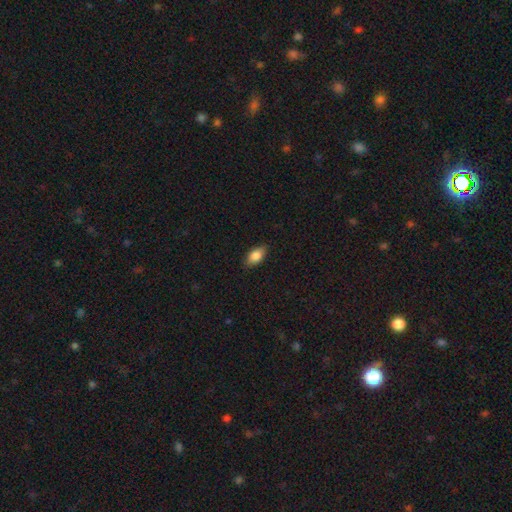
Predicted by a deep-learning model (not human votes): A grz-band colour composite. It shows a smooth galaxy with no disk features (84%) that is in between round and cigar-shaped (89%). Merging: none (85%).